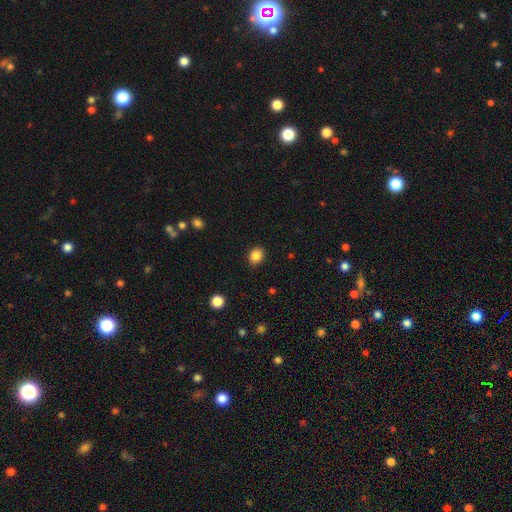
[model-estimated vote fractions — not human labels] Smooth or featured? Predicted: smooth (p=0.87). How rounded? Predicted: round (p=0.53). Merging? Predicted: none (p=0.89).